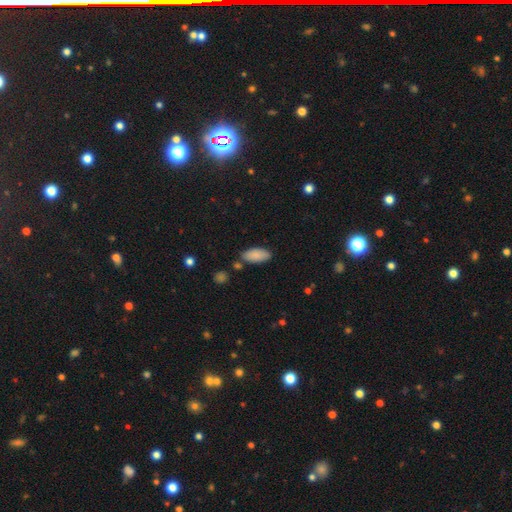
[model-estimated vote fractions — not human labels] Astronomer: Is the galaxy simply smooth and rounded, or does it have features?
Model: smooth — 87%.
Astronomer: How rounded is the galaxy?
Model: in between — 89%.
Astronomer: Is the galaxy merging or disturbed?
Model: none — 77%.